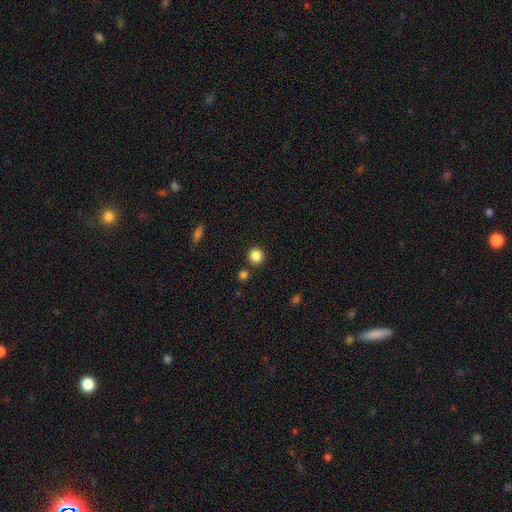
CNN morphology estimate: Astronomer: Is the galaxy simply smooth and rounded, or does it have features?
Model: smooth — 86%.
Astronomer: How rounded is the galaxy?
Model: round — 91%.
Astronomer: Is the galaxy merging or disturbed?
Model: none — 85%.